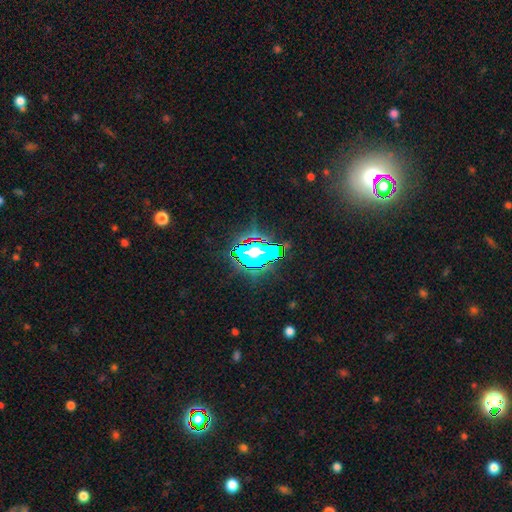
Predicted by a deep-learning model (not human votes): Smooth or featured? star or artifact (77%)